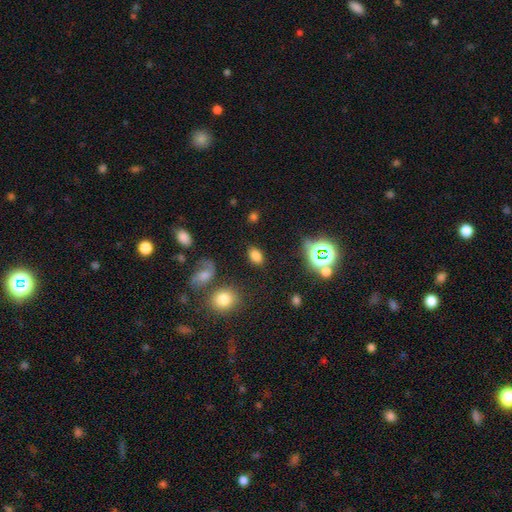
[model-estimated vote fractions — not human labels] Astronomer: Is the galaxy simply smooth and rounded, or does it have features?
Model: smooth — 75%.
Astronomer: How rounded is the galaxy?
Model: in between — 88%.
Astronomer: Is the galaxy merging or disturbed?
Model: none — 81%.